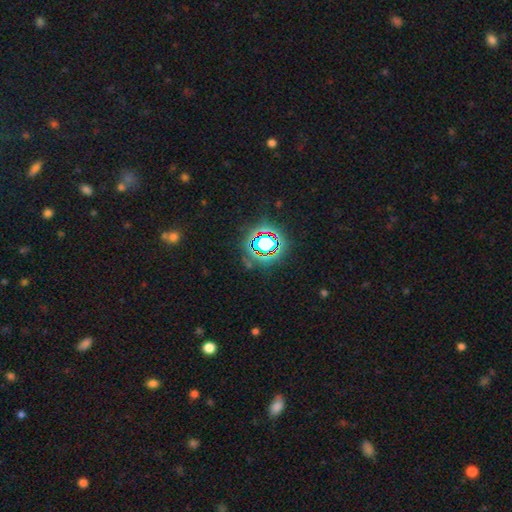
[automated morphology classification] The model was most divided on "smooth or featured": star or artifact: 80%, smooth: 13%, featured or disk: 8%.